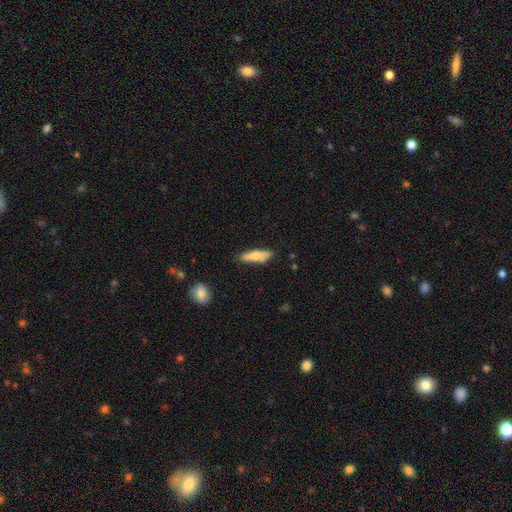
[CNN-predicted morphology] smooth-or-featured: smooth: 60% | featured or disk: 34% | star or artifact: 6%
  how-rounded: cigar-shaped: 67% | in between: 30% | round: 2%
  merging: none: 78% | minor disturbance: 15% | merger: 3% | major disturbance: 3%